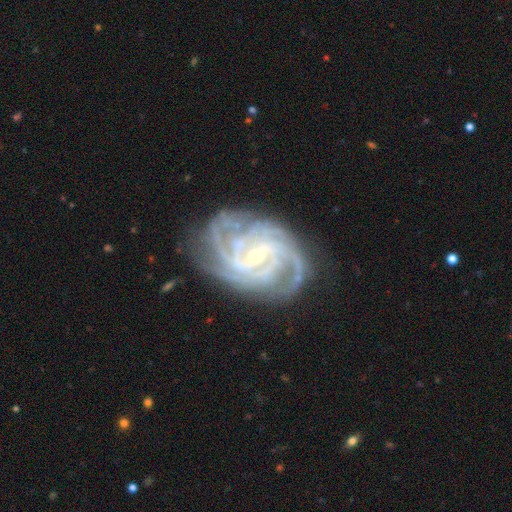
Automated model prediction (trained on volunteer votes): smooth-or-featured: featured or disk: 92% | star or artifact: 5% | smooth: 3%
  disk-edge-on: no: 98% | yes: 2%
    bar: weak: 48% | strong: 29% | no: 22%
    has-spiral-arms: yes: 98% | no: 2%
      spiral-winding: tight: 59% | medium: 35% | loose: 6%
      spiral-arm-count: 4: 34% | 3: 22% | can't tell: 14% | more than 4: 13% | 2: 11% | 1: 7%
    bulge-size: small: 73% | moderate: 24% | none: 1% | large: 1% | dominant: 1%
  merging: none: 75% | minor disturbance: 17% | major disturbance: 7% | merger: 1%